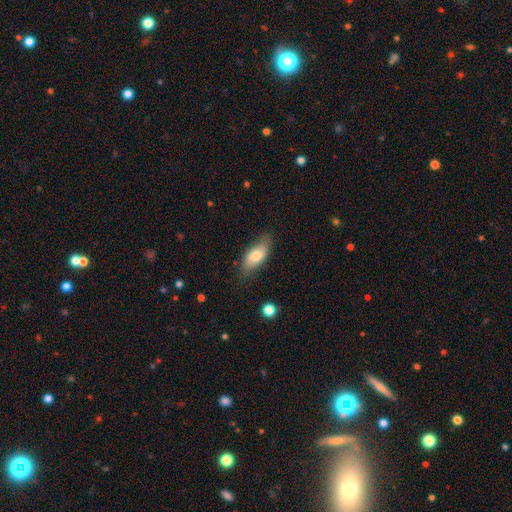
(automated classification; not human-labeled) This appears to be a smooth galaxy with no disk features (72%) that is in between round and cigar-shaped (87%). Merging: none (73%).